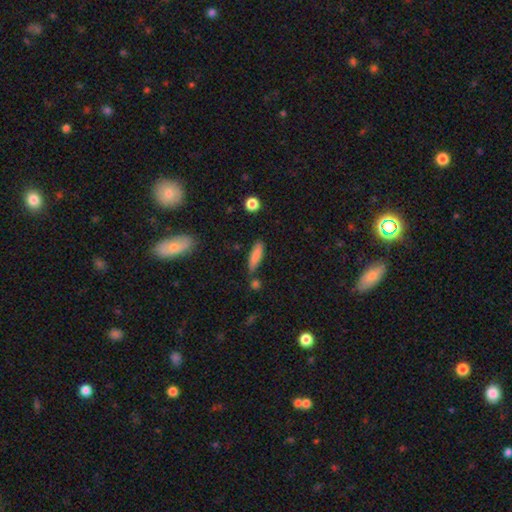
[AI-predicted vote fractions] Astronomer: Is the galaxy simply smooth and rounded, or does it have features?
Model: smooth — 82%.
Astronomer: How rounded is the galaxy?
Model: cigar-shaped — 62%.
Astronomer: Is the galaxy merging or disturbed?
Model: none — 74%.